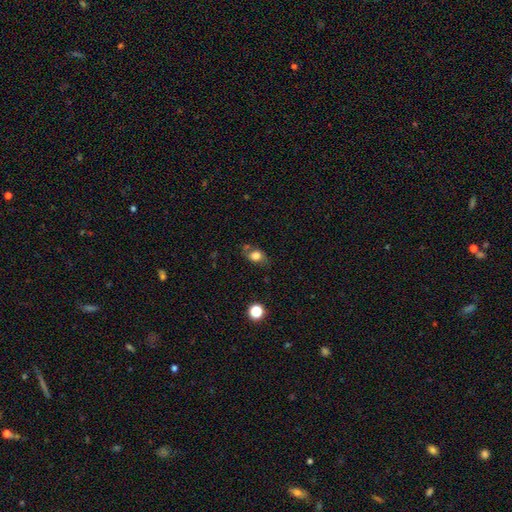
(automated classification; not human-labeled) This is likely a smooth galaxy (73%). How rounded: likely in between (65%). Merging: likely none (61%).